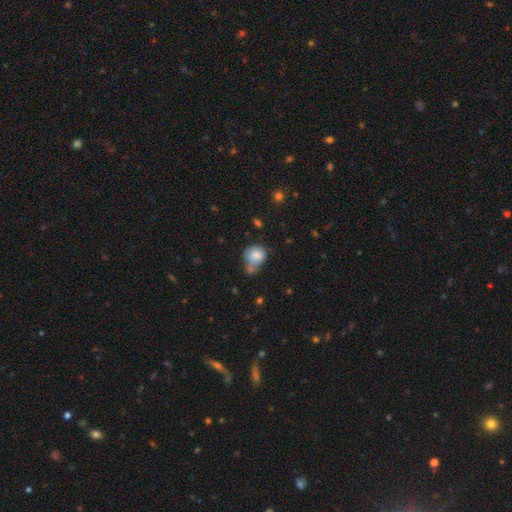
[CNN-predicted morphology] Overall: smooth (77%). How rounded: round (59%; in between 40%). Merging: none (32%; merger 30%).